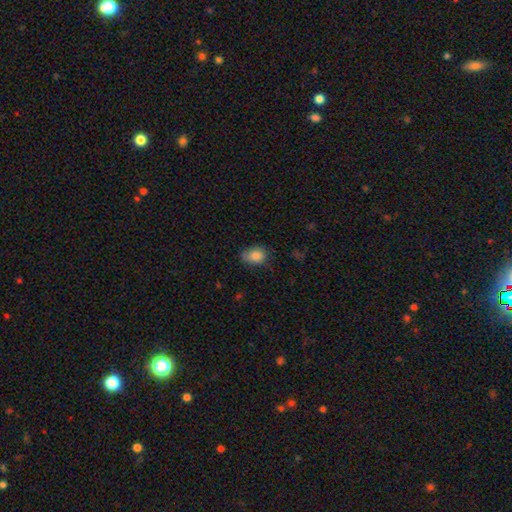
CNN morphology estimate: A smooth galaxy with no disk features (84%) that is in between round and cigar-shaped (62%). Merging: none (64%).